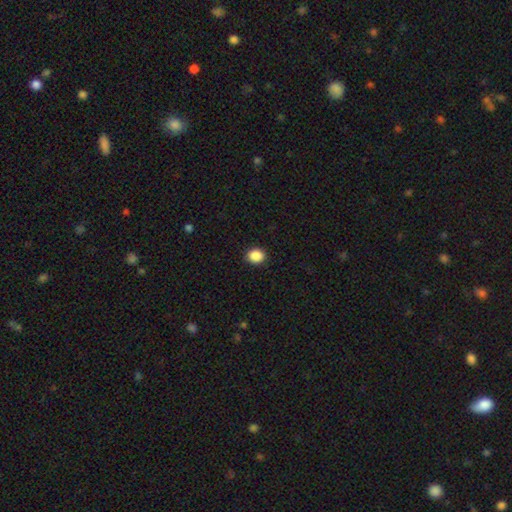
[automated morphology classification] smooth-or-featured: smooth: 89% | star or artifact: 9% | featured or disk: 3%
  how-rounded: round: 64% | in between: 35% | cigar-shaped: 1%
  merging: none: 91% | minor disturbance: 6% | major disturbance: 2% | merger: 1%